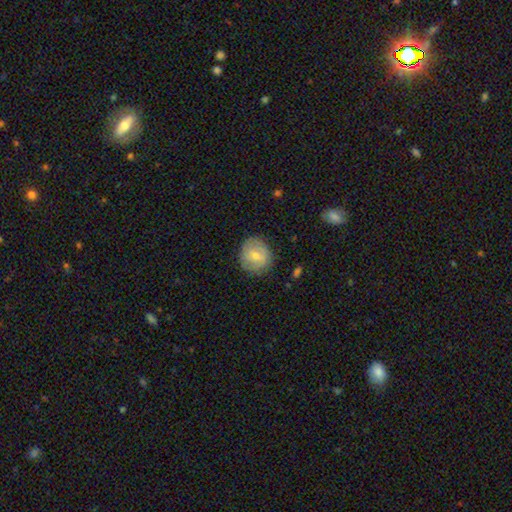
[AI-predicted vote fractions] smooth-or-featured: smooth: 63% | featured or disk: 29% | star or artifact: 8%
  how-rounded: round: 81% | in between: 18% | cigar-shaped: 1%
  merging: none: 81% | minor disturbance: 14% | major disturbance: 4% | merger: 1%